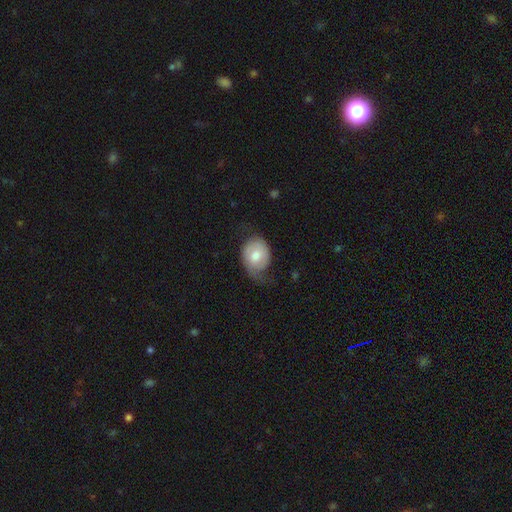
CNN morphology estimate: Overall: smooth (56%; featured or disk 38%). How rounded: round (51%; in between 48%). Merging: none (39%; minor disturbance 34%).